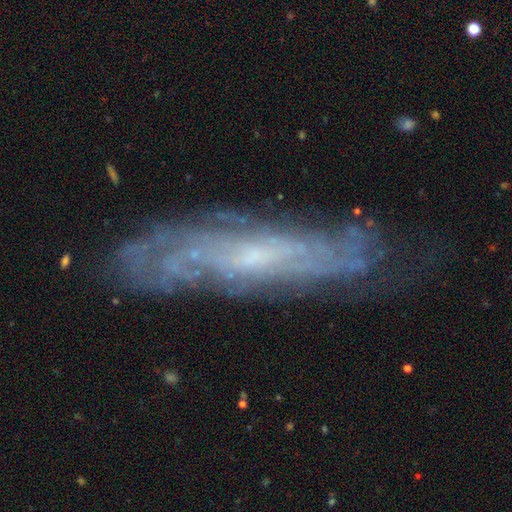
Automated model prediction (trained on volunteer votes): Smooth or featured? featured or disk (79%)
Edge-on disk? no (68%)
Bar? no (63%)
Spiral arms? yes (91%)
Bulge size? small (72%)
Merging? none (78%)